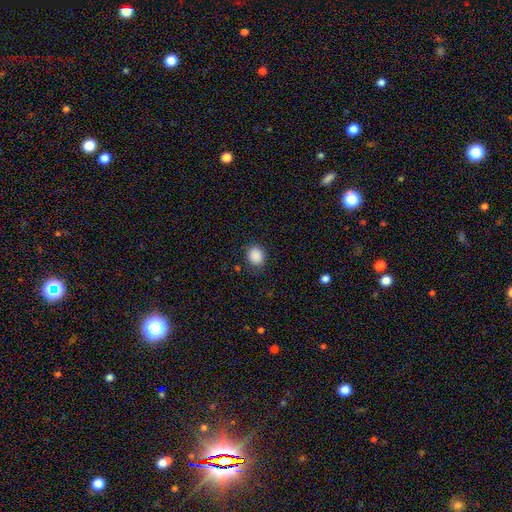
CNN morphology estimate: type=smooth (89%); roundness=round (67%); merging=none (85%).